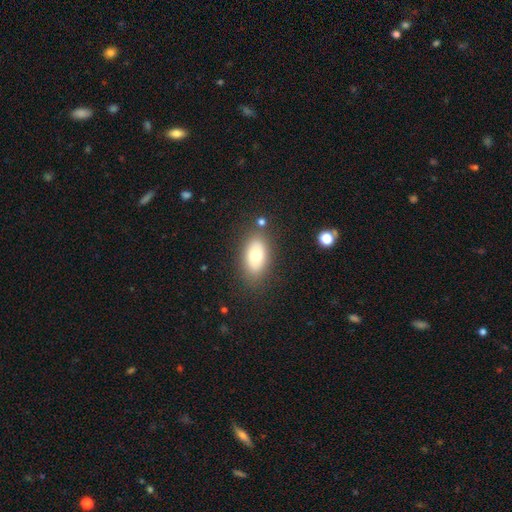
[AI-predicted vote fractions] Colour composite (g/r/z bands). It shows a smooth galaxy with no disk features (71%) that is in between round and cigar-shaped (90%). Merging: none (81%).